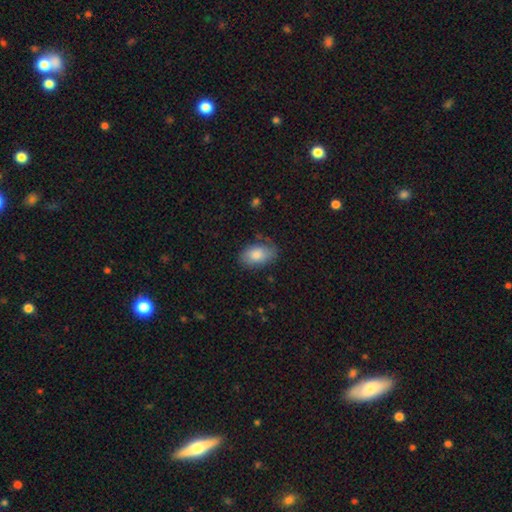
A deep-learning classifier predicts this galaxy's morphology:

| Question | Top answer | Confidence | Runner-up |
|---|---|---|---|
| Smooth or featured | smooth | 77% | featured or disk (16%) |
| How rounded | in between | 91% | round (7%) |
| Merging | none | 70% | minor disturbance (22%) |